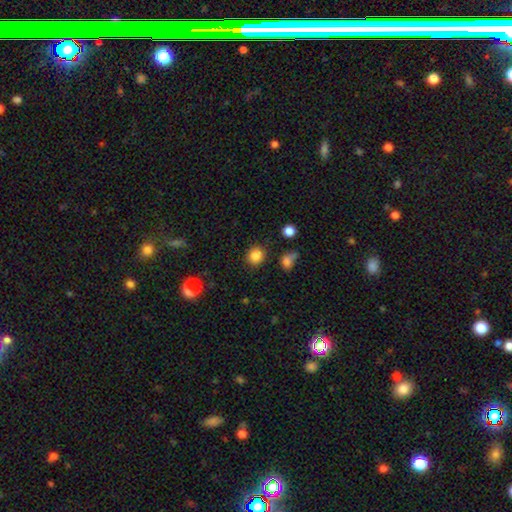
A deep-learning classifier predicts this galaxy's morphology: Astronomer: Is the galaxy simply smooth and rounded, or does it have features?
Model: smooth — 84%.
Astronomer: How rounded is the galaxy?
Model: round — 82%.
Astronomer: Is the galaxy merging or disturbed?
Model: none — 85%.